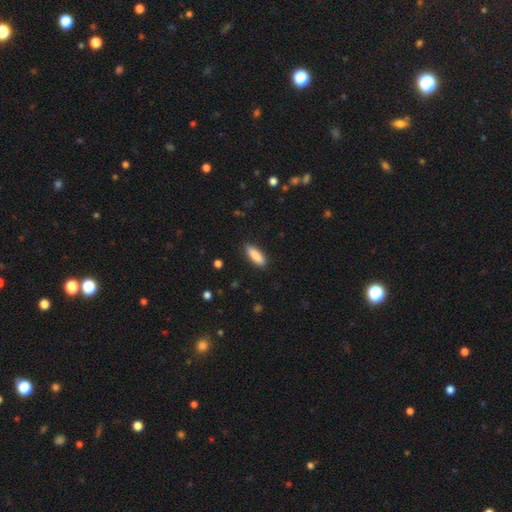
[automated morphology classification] Q: Smooth or featured?
A: smooth (87%); runner-up: featured or disk (7%)
Q: How rounded?
A: in between (58%); runner-up: cigar-shaped (40%)
Q: Merging?
A: none (88%); runner-up: minor disturbance (9%)